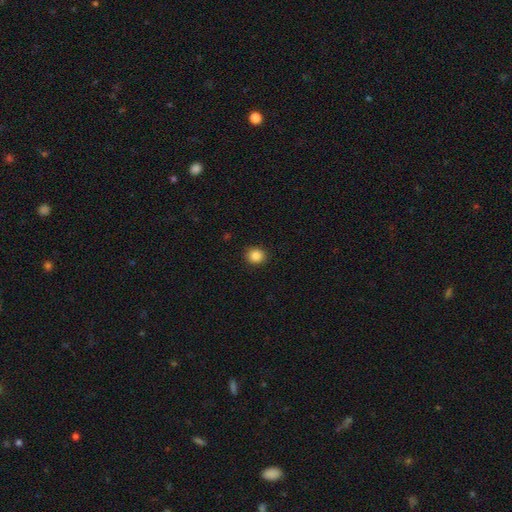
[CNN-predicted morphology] Smooth or featured? Predicted: smooth (p=0.87). How rounded? Predicted: round (p=0.84). Merging? Predicted: none (p=0.91).